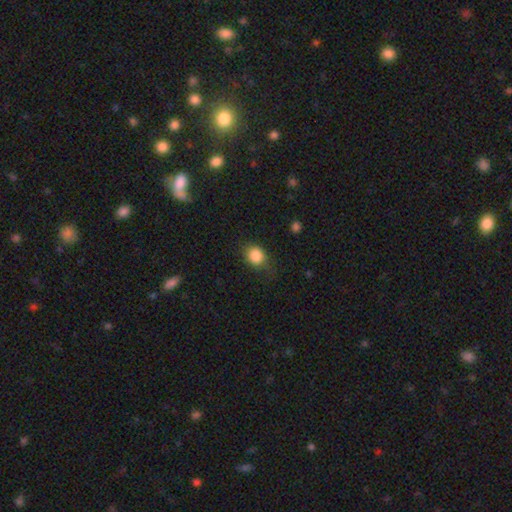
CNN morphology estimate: type=smooth (85%); roundness=round (69%); merging=none (72%).